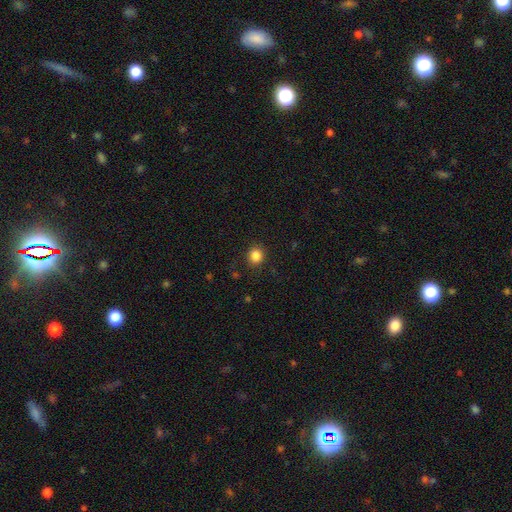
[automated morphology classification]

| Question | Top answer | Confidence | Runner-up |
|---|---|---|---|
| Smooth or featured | smooth | 85% | star or artifact (11%) |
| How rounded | round | 86% | in between (13%) |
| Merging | none | 89% | minor disturbance (7%) |